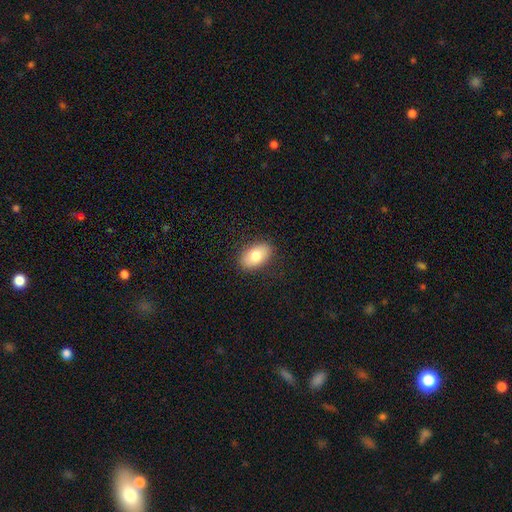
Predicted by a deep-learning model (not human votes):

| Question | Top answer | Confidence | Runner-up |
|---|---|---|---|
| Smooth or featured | smooth | 78% | featured or disk (14%) |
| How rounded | in between | 91% | round (8%) |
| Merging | none | 87% | minor disturbance (10%) |